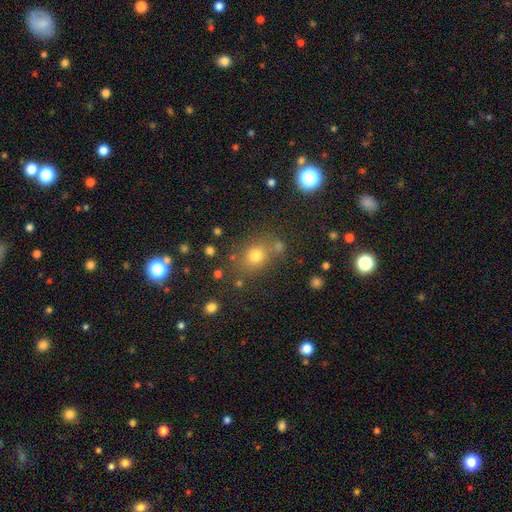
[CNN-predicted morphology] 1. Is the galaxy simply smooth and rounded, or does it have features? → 72% smooth, 19% star or artifact, 9% featured or disk.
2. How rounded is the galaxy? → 66% round, 33% in between, 1% cigar-shaped.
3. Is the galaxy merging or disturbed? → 73% none, 13% minor disturbance, 10% merger, 5% major disturbance.